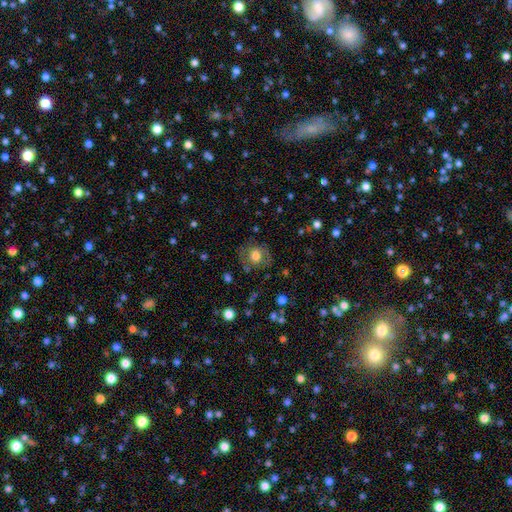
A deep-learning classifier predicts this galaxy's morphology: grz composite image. It shows a smooth galaxy with no disk features (64%) that is round (77%). Merging: none (73%).